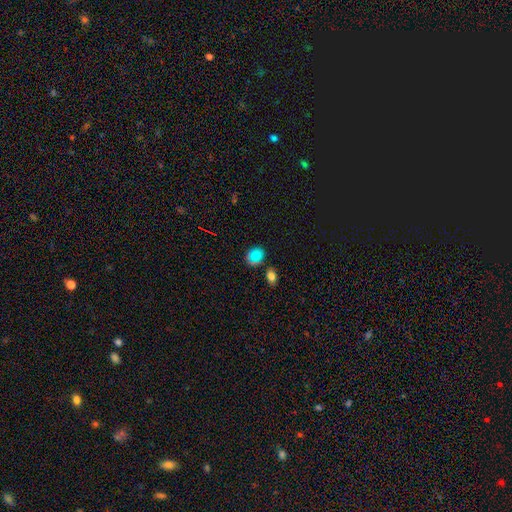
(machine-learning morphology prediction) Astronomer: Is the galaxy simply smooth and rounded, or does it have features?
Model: smooth — 67%.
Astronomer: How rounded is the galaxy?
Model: round — 59% (runner-up: in between, 40%).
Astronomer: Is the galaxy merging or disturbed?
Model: none — 57%.